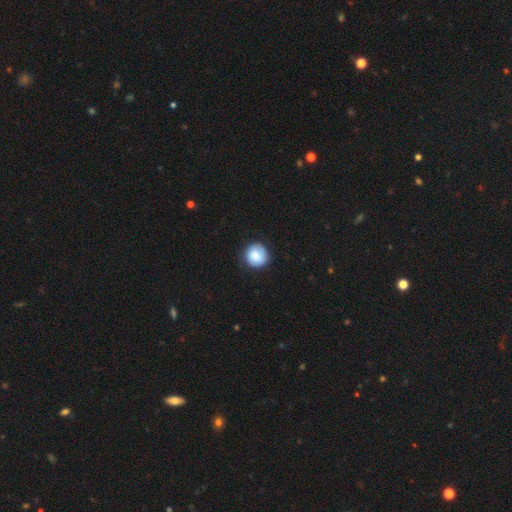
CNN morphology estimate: Smooth or featured: smooth — 80% (featured or disk — 13%)
How rounded: round — 90% (in between — 9%)
Merging: none — 73% (minor disturbance — 21%)